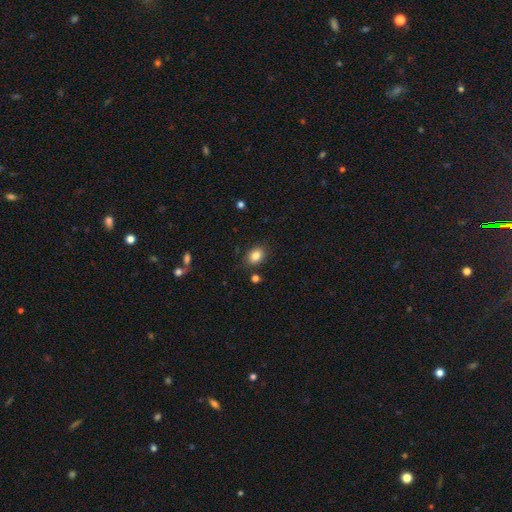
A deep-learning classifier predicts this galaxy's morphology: smooth_or_featured: smooth (p=0.84) [alt: star or artifact p=0.10]
how_rounded: in between (p=0.67) [alt: round p=0.32]
merging: none (p=0.84) [alt: minor disturbance p=0.11]